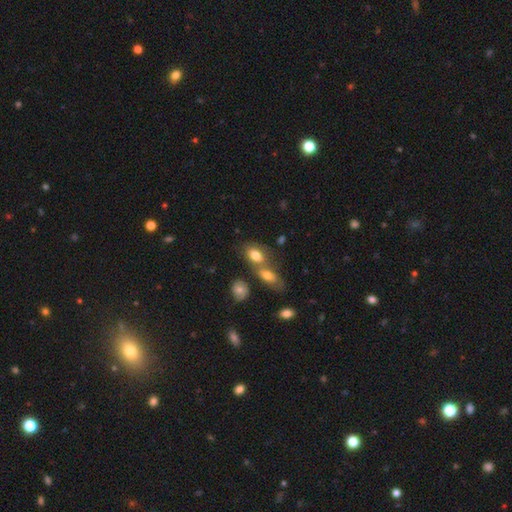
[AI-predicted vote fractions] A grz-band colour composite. It shows a smooth galaxy with no disk features (75%) that is in between round and cigar-shaped (86%). Merging: merger (42%).